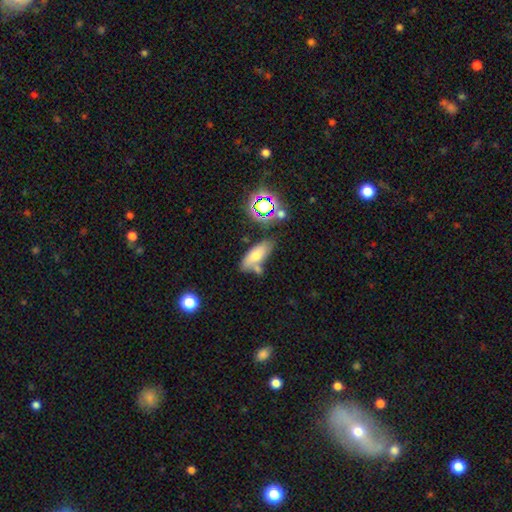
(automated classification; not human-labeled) smooth_or_featured: smooth (p=0.66) [alt: featured or disk p=0.20]
how_rounded: in between (p=0.75) [alt: cigar-shaped p=0.21]
merging: none (p=0.59) [alt: merger p=0.19]